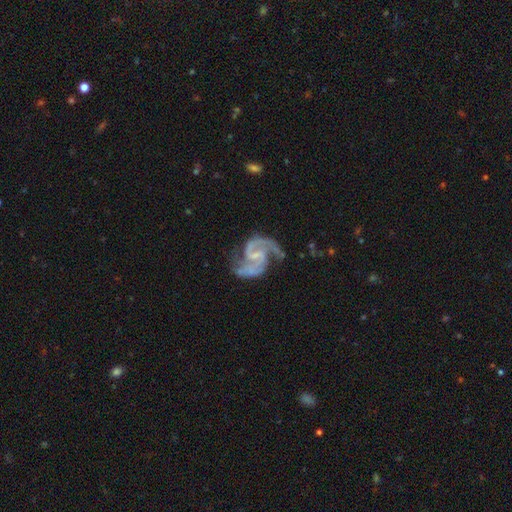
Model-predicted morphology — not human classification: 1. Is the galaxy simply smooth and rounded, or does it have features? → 93% featured or disk, 4% star or artifact, 3% smooth.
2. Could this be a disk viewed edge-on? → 98% no, 2% yes.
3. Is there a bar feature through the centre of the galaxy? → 51% weak, 29% no, 19% strong.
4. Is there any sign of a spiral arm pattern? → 98% yes, 2% no.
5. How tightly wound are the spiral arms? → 62% medium, 21% loose, 17% tight.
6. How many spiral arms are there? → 92% 2, 3% 3, 2% can't tell, 1% 1, 1% 4, 1% more than 4.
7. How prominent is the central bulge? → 52% small, 33% none, 14% moderate, 1% large, 1% dominant.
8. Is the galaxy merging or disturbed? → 67% none, 19% minor disturbance, 11% major disturbance, 3% merger.